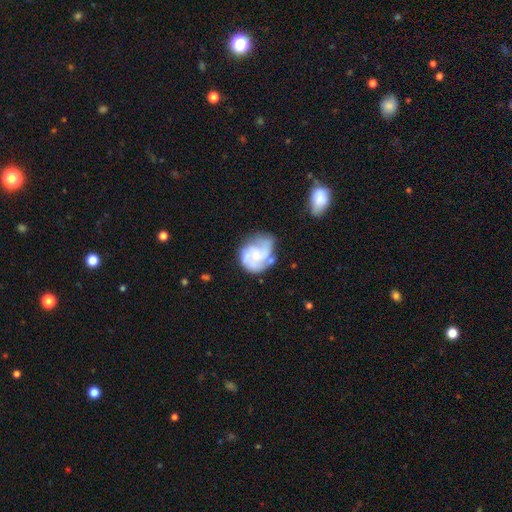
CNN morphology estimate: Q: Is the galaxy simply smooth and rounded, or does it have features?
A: featured or disk — 77%.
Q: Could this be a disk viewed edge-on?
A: no — 98%.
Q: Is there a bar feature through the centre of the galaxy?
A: no — 67%.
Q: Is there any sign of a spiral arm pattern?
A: yes — 92%.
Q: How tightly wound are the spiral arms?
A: medium — 46%.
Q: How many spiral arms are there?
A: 3 — 36%.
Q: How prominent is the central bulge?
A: small — 53%.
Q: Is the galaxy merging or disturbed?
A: none — 53%.